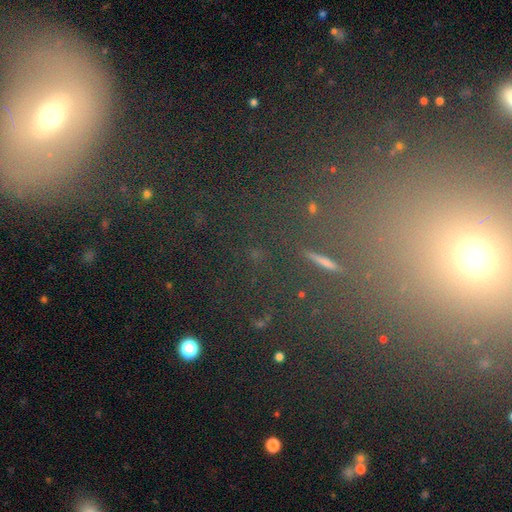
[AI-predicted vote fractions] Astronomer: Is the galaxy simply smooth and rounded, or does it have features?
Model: star or artifact — 63%.